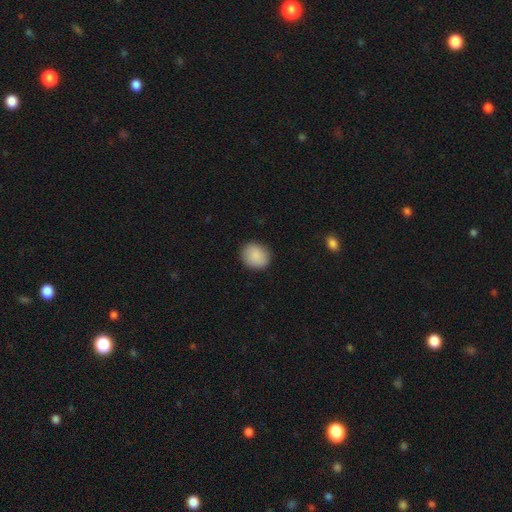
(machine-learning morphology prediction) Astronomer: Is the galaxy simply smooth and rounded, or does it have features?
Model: smooth — 89%.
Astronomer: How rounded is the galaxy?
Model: round — 74%.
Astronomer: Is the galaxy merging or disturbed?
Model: none — 89%.